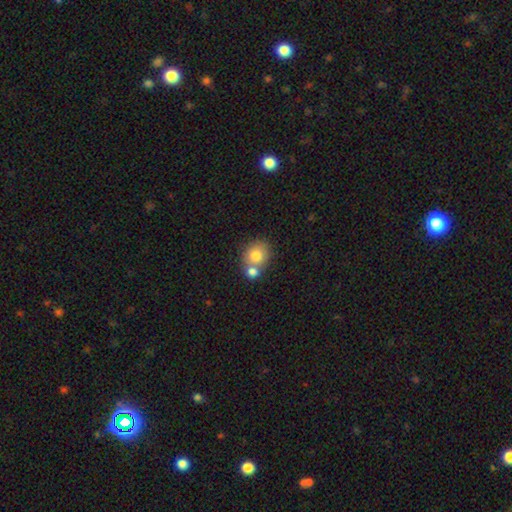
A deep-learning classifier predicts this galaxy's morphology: The model was most divided on "merging": merger: 47%, none: 41%, minor disturbance: 9%, major disturbance: 3%. More confident: smooth or featured — smooth (78%); how rounded — round (70%).